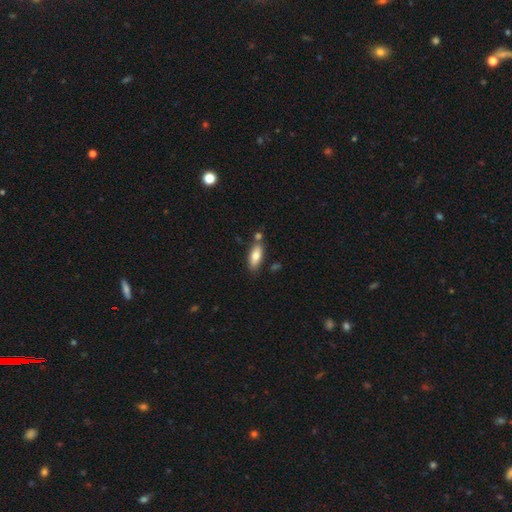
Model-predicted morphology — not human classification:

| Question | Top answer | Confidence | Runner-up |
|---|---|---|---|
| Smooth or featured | smooth | 76% | featured or disk (18%) |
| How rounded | in between | 75% | cigar-shaped (23%) |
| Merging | none | 71% | minor disturbance (14%) |